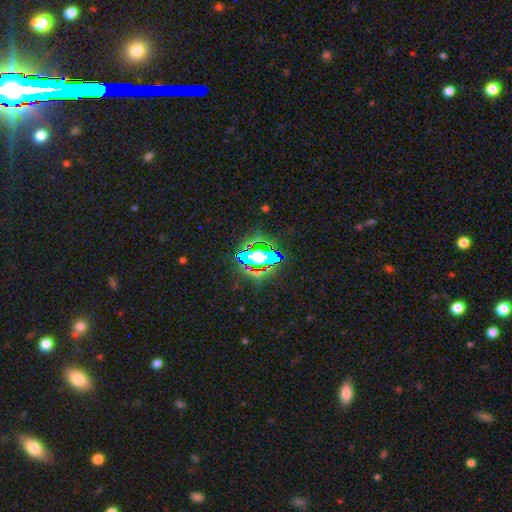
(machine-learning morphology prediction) star or artifact 58%, smooth 26%, featured or disk 16%.